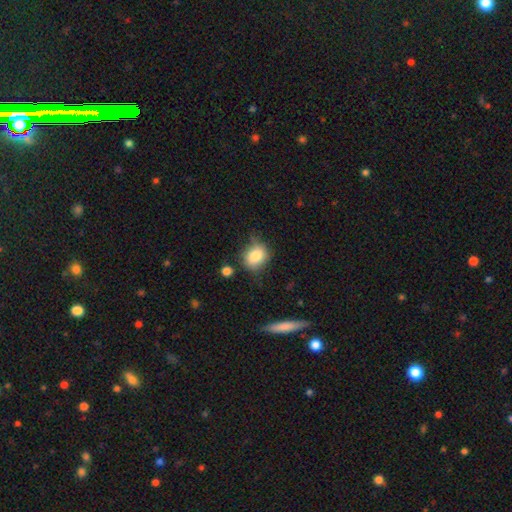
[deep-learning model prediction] Q: Smooth or featured?
A: smooth (81%); runner-up: featured or disk (10%)
Q: How rounded?
A: round (50%); runner-up: in between (48%)
Q: Merging?
A: none (66%); runner-up: minor disturbance (24%)